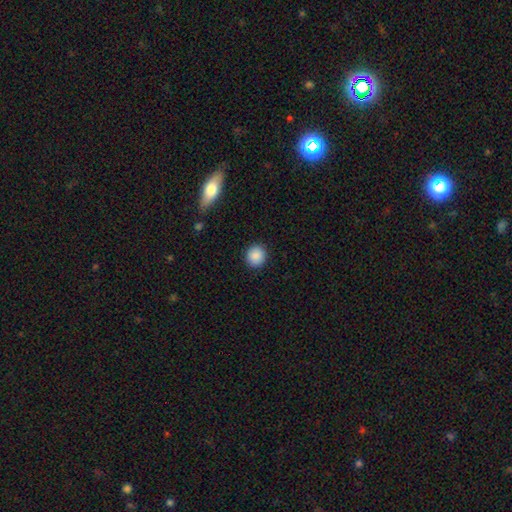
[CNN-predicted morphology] Smooth or featured? Predicted: smooth (p=0.88). How rounded? Predicted: round (p=0.90). Merging? Predicted: none (p=0.91).